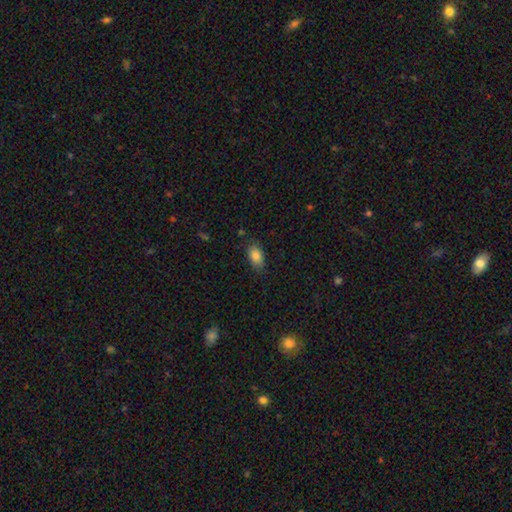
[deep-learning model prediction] A smooth galaxy with no disk features (83%) that is in between round and cigar-shaped (89%).

Vote fractions:
- Smooth or featured? smooth: 83% / featured or disk: 8% / star or artifact: 8%
- How rounded? in between: 89% / round: 8% / cigar-shaped: 3%
- Merging? none: 81% / minor disturbance: 15% / major disturbance: 3% / merger: 1%